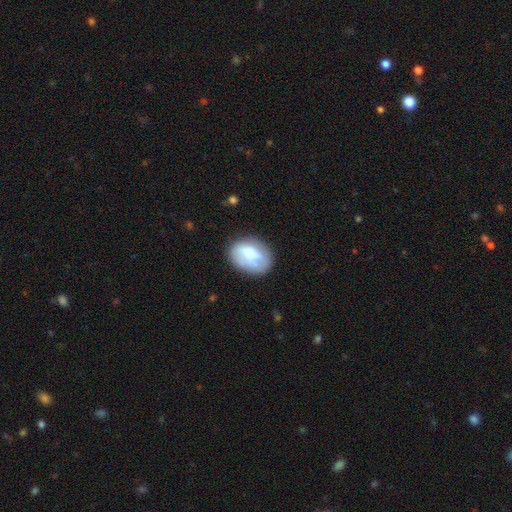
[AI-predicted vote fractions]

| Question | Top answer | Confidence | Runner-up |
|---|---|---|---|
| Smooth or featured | smooth | 69% | featured or disk (24%) |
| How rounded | in between | 70% | round (29%) |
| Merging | none | 63% | minor disturbance (24%) |